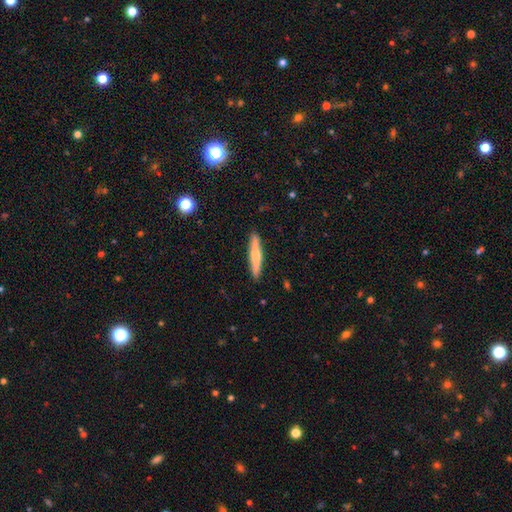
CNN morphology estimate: smooth 56%, featured or disk 39%, star or artifact 5%. Down the decision tree: how rounded — cigar-shaped (92%); merging — none (90%).